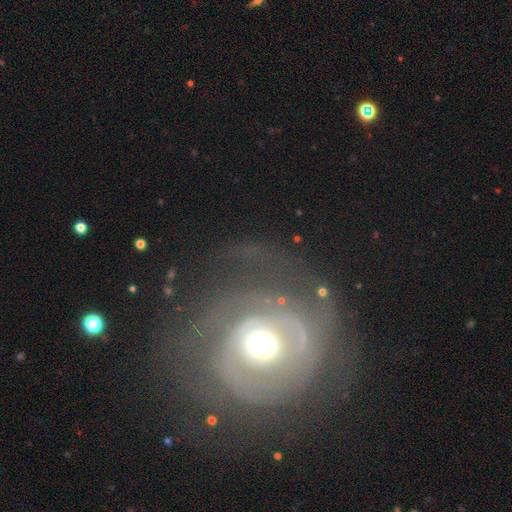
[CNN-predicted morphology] Overall: featured or disk (77%). Edge-on disk: no (96%). Bar: no (75%). Spiral arms: yes (71%). Spiral arm count: can't tell (42%; 2 23%). Spiral winding: tight (70%). Bulge size: moderate (66%). Merging: none (67%).